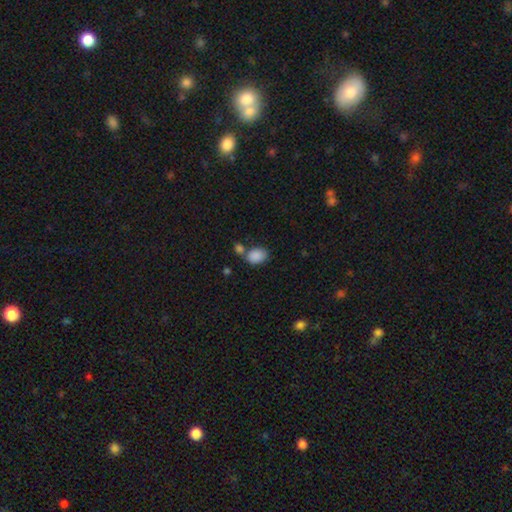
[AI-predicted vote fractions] Overall: smooth (87%). How rounded: in between (74%). Merging: none (53%; merger 27%).